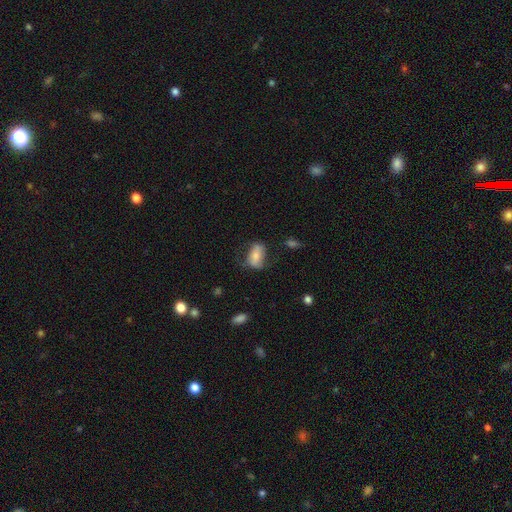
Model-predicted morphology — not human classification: smooth 61%, featured or disk 31%, star or artifact 8%. Down the decision tree: how rounded — in between (88%); merging — none (54%).